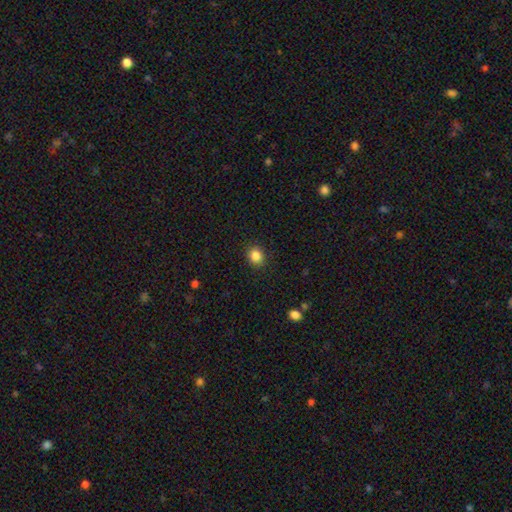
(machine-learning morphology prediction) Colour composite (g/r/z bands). It shows a smooth galaxy with no disk features (86%) that is round (79%). Merging: none (90%).